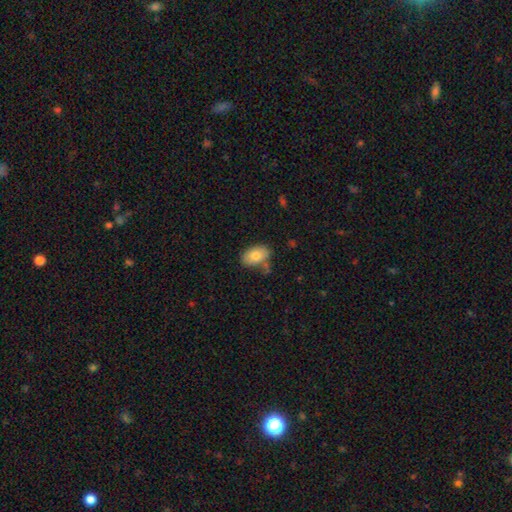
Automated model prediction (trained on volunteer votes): Smooth or featured? smooth (79%)
How rounded? in between (90%)
Merging? none (66%)